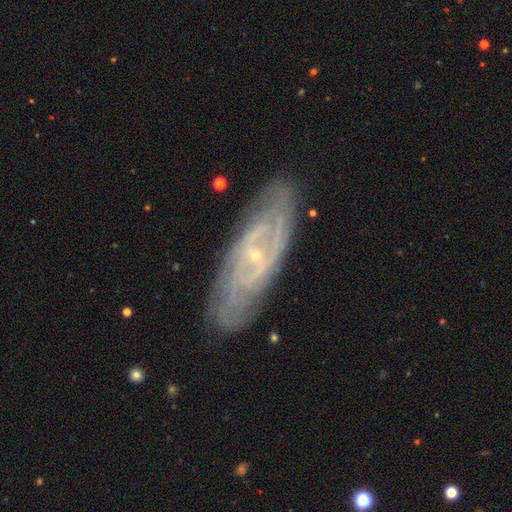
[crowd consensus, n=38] A featured or disk galaxy (84%) with a weak bar (53%), tight (73%) spiral arms (100%) and a small central bulge (87%).

Vote fractions:
- Smooth or featured? featured or disk: 84% / smooth: 16% / star or artifact: 0%
- Edge-on disk? no: 94% / yes: 6%
- Bar? weak: 53% / no: 43% / strong: 3%
- Spiral arms? yes: 100% / no: 0%
- Spiral winding? tight: 73% / medium: 23% / loose: 3%
- Spiral arm count? can't tell: 47% / 3: 23% / 2: 17% / 4: 10% / more than 4: 3% / 1: 0%
- Bulge size? small: 87% / moderate: 10% / none: 3% / dominant: 0% / large: 0%
- Merging? none: 89% / major disturbance: 8% / minor disturbance: 3% / merger: 0%